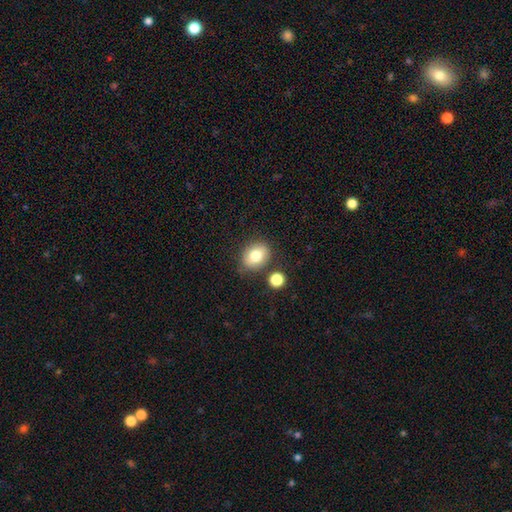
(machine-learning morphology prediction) A smooth galaxy with no disk features (77%) that is in between round and cigar-shaped (51%).

Vote fractions:
- Smooth or featured? smooth: 77% / featured or disk: 13% / star or artifact: 10%
- How rounded? in between: 51% / round: 48% / cigar-shaped: 1%
- Merging? none: 76% / minor disturbance: 14% / merger: 7% / major disturbance: 4%